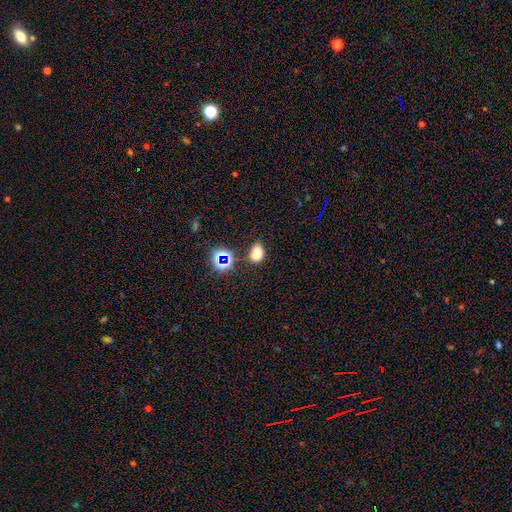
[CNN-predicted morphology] The model was most divided on "merging": none: 56%, minor disturbance: 22%, merger: 13%, major disturbance: 9%. More confident: how rounded — in between (72%); smooth or featured — smooth (69%).